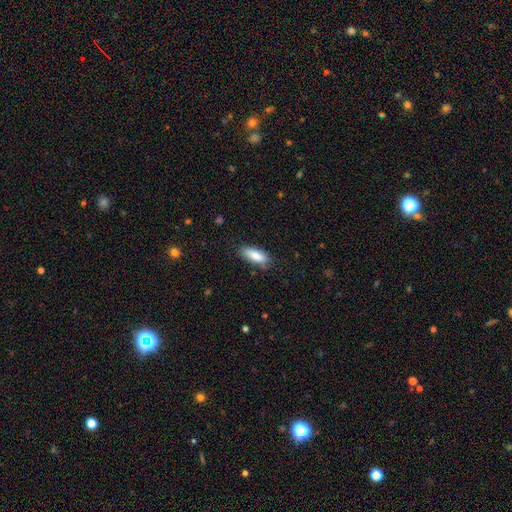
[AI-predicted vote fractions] Smooth or featured: smooth — 84% (featured or disk — 10%)
How rounded: in between — 65% (cigar-shaped — 33%)
Merging: none — 81% (minor disturbance — 15%)